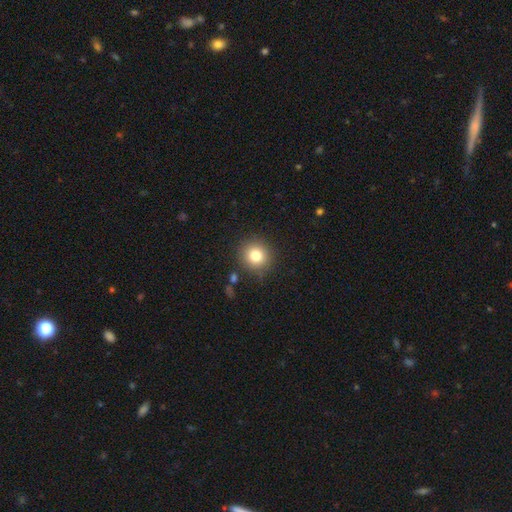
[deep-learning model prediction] Smooth or featured?
  - smooth: 80% *
  - star or artifact: 11%
  - featured or disk: 9%
How rounded?
  - round: 92% *
  - in between: 8%
  - cigar-shaped: 1%
Merging?
  - none: 87% *
  - minor disturbance: 8%
  - major disturbance: 3%
  - merger: 2%